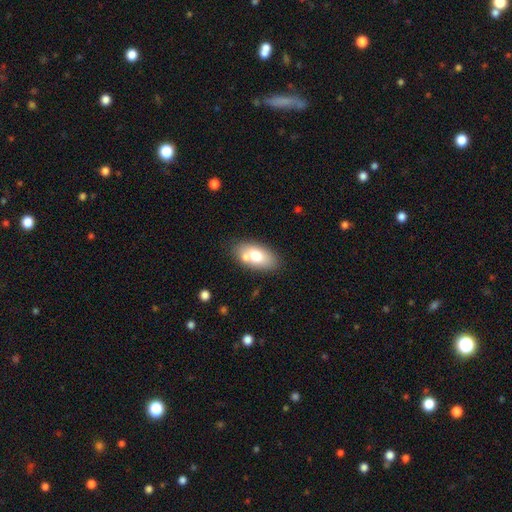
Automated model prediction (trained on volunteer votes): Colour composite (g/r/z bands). It shows a smooth galaxy with no disk features (72%) that is in between round and cigar-shaped (92%). Merging: none (65%).